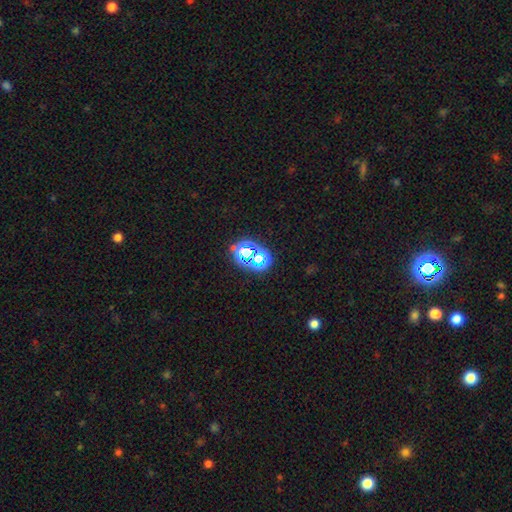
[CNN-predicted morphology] star or artifact 64%, smooth 23%, featured or disk 13%.